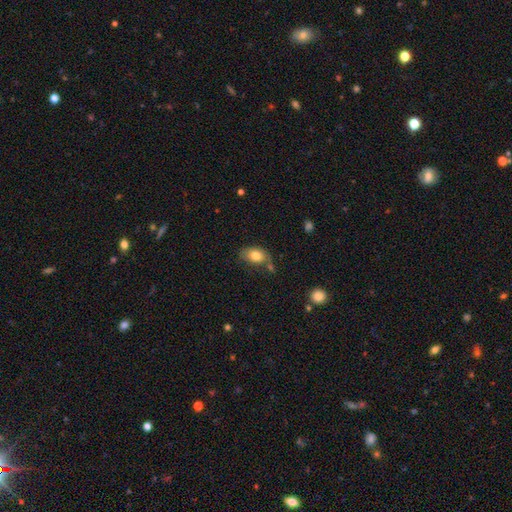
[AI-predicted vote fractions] Smooth or featured? Predicted: smooth (p=0.78). How rounded? Predicted: in between (p=0.85). Merging? Predicted: none (p=0.58).